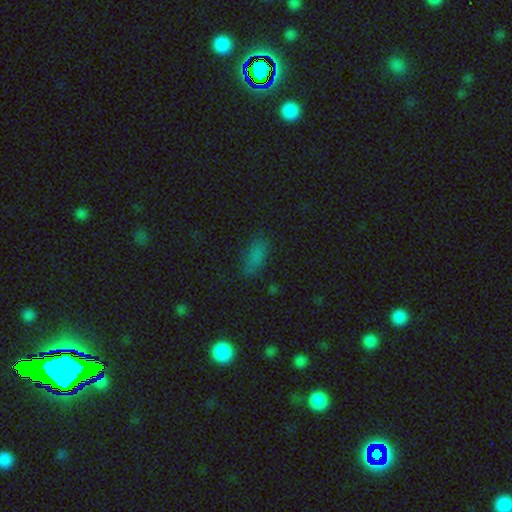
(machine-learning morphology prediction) smooth_or_featured: smooth (p=0.76) [alt: star or artifact p=0.17]
how_rounded: in between (p=0.80) [alt: cigar-shaped p=0.15]
merging: none (p=0.71) [alt: minor disturbance p=0.21]